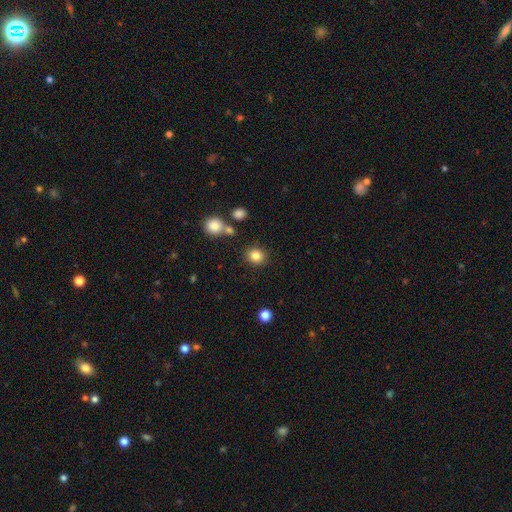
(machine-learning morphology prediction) Smooth or featured: smooth — 84% (star or artifact — 11%)
How rounded: round — 75% (in between — 24%)
Merging: none — 84% (minor disturbance — 8%)